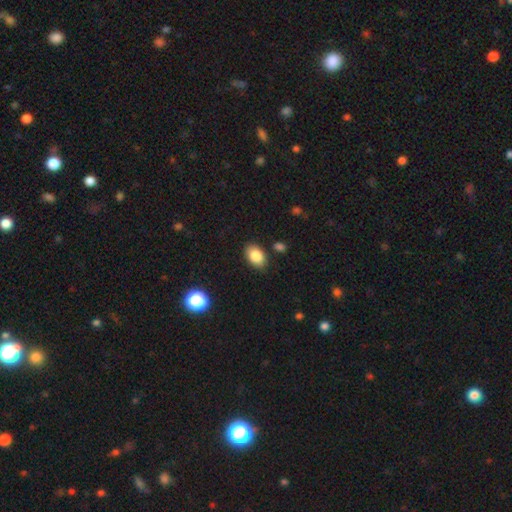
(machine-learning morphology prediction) A smooth galaxy with no disk features (86%) that is in between round and cigar-shaped (87%). Merging: none (85%).